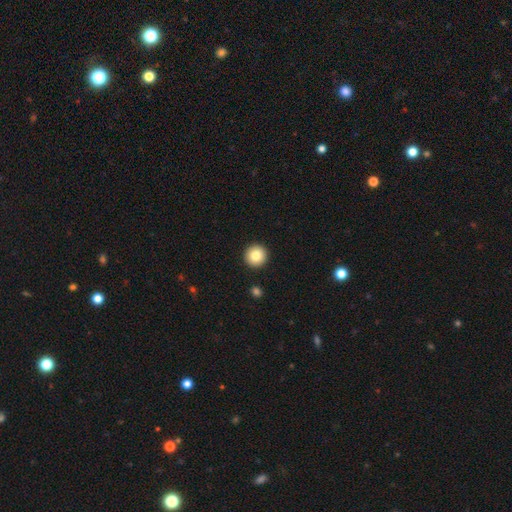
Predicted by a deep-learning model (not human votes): Smooth or featured?
  - smooth: 83% *
  - star or artifact: 9%
  - featured or disk: 8%
How rounded?
  - round: 96% *
  - in between: 3%
  - cigar-shaped: 1%
Merging?
  - none: 93% *
  - minor disturbance: 4%
  - major disturbance: 1%
  - merger: 1%